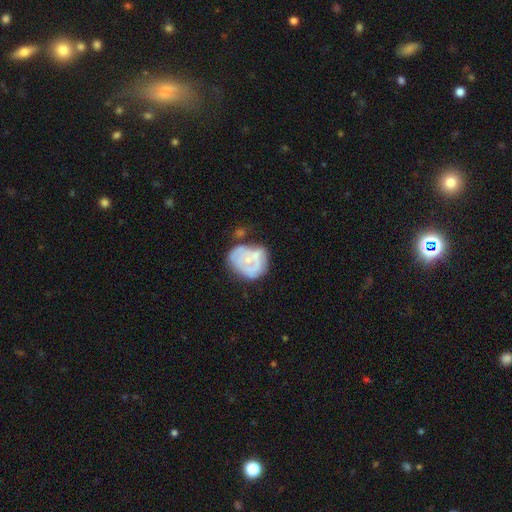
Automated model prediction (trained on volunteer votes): smooth_or_featured: featured or disk (p=0.59) [alt: smooth p=0.34]
disk_edge_on: no (p=0.98) [alt: yes p=0.02]
bar: no (p=0.82) [alt: weak p=0.15]
has_spiral_arms: no (p=0.62) [alt: yes p=0.38]
bulge_size: small (p=0.54) [alt: moderate p=0.28]
merging: none (p=0.34) [alt: minor disturbance p=0.27]